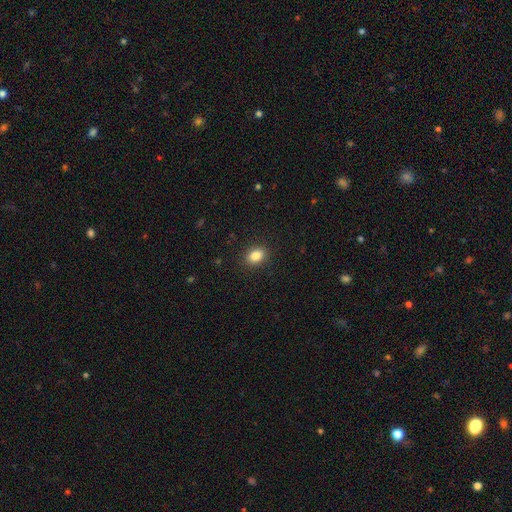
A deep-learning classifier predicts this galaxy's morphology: Smooth or featured?
  - smooth: 86% *
  - star or artifact: 9%
  - featured or disk: 5%
How rounded?
  - in between: 77% *
  - round: 22%
  - cigar-shaped: 1%
Merging?
  - none: 89% *
  - minor disturbance: 8%
  - major disturbance: 2%
  - merger: 1%